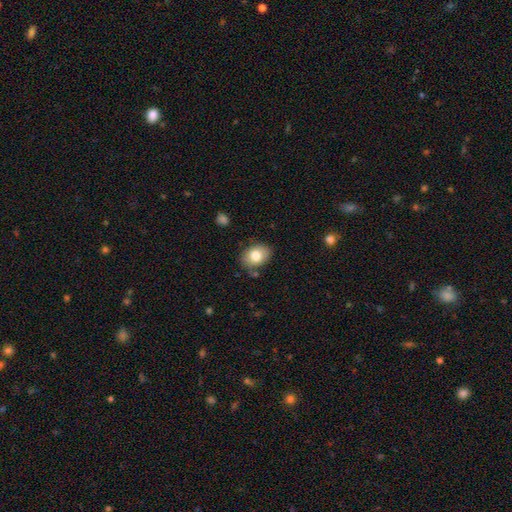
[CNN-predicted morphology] Overall: smooth (79%). How rounded: in between (72%). Merging: none (79%).